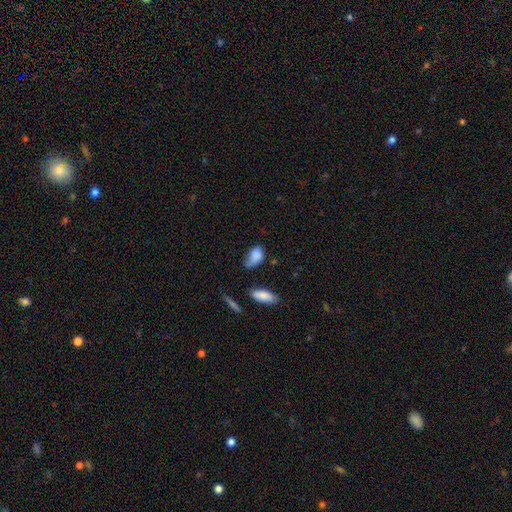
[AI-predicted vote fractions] Q: Smooth or featured?
A: smooth (81%); runner-up: featured or disk (10%)
Q: How rounded?
A: in between (88%); runner-up: round (9%)
Q: Merging?
A: minor disturbance (39%); runner-up: none (37%)